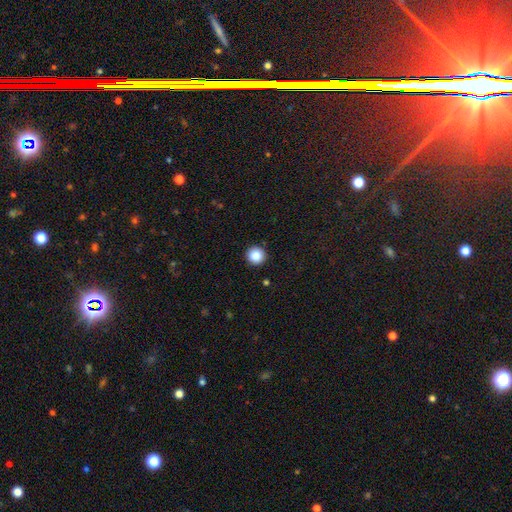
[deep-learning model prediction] smooth 87%, star or artifact 9%, featured or disk 3%. Down the decision tree: how rounded — round (95%); merging — none (92%).